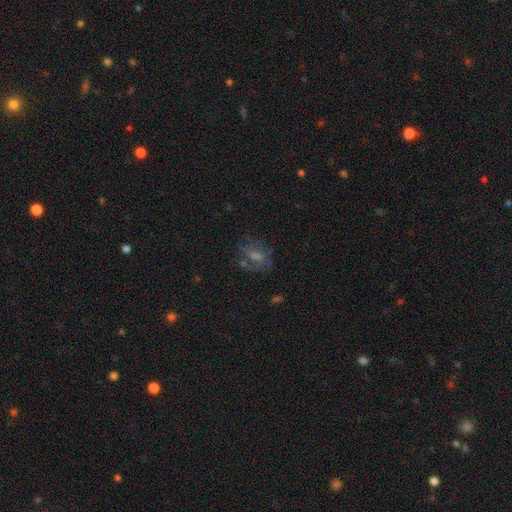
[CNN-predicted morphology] smooth-or-featured: featured or disk: 51% | smooth: 26% | star or artifact: 23%
  disk-edge-on: no: 94% | yes: 6%
  merging: none: 61% | minor disturbance: 19% | major disturbance: 16% | merger: 5%